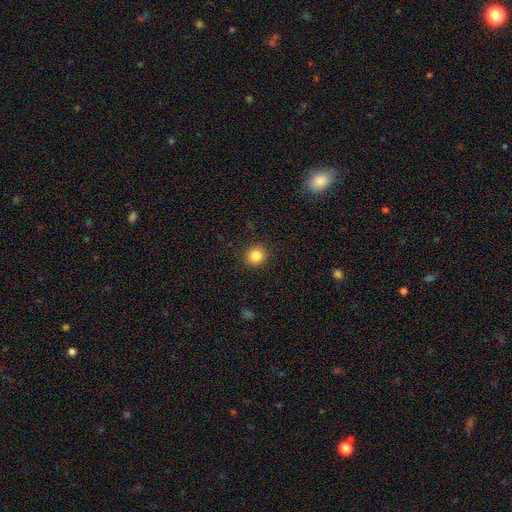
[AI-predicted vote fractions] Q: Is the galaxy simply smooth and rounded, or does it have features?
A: smooth — 85%.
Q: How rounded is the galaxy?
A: round — 90%.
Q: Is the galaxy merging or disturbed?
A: none — 91%.